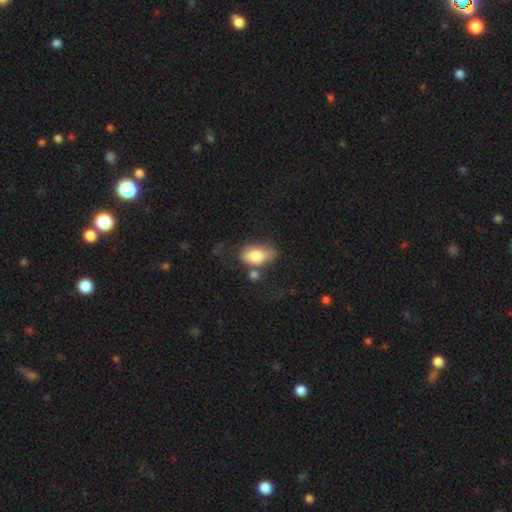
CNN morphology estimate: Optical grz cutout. It shows a smooth galaxy with no disk features (80%) that is in between round and cigar-shaped (91%). Merging: none (47%).